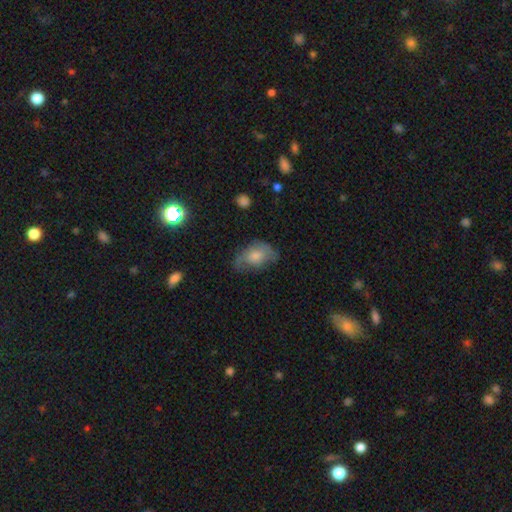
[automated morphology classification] Smooth or featured: smooth — 58% (featured or disk — 34%)
How rounded: in between — 84% (round — 14%)
Merging: none — 45% (minor disturbance — 32%)